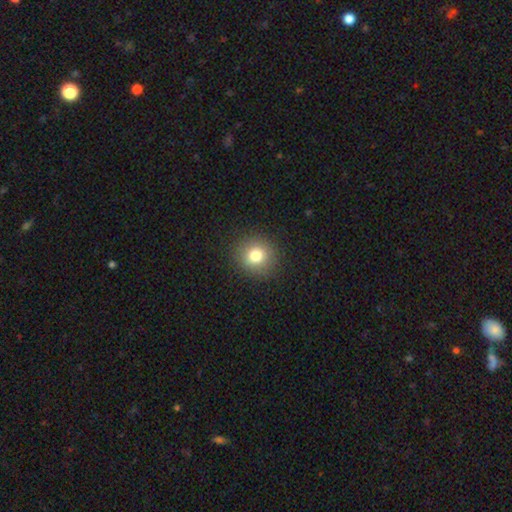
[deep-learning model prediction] Smooth or featured: smooth — 79% (star or artifact — 13%)
How rounded: round — 89% (in between — 10%)
Merging: none — 90% (minor disturbance — 7%)